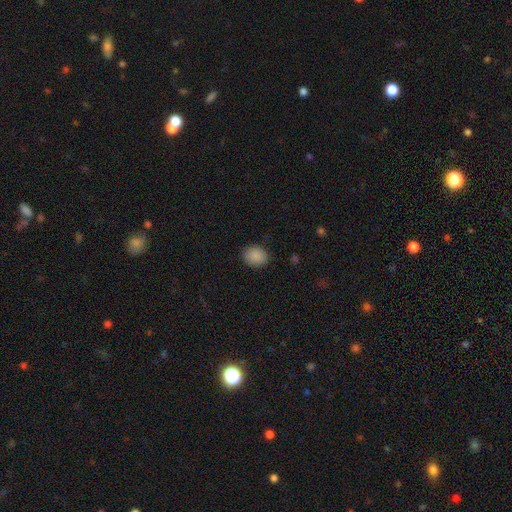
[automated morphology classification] A smooth galaxy with no disk features (88%) that is round (51%).

Vote fractions:
- Smooth or featured? smooth: 88% / star or artifact: 9% / featured or disk: 3%
- How rounded? round: 51% / in between: 49% / cigar-shaped: 1%
- Merging? none: 86% / minor disturbance: 11% / major disturbance: 3% / merger: 1%